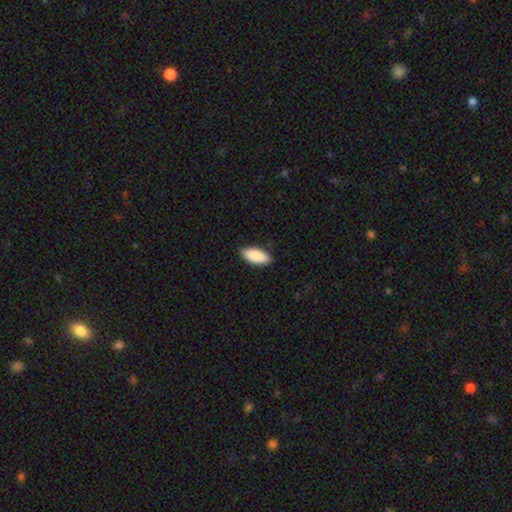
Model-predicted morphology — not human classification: Smooth or featured: smooth — 90% (star or artifact — 5%)
How rounded: in between — 86% (cigar-shaped — 12%)
Merging: none — 87% (minor disturbance — 11%)